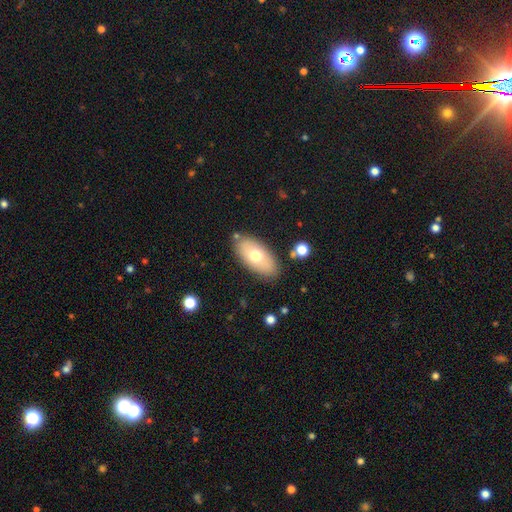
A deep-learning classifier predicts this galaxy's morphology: The model was most divided on "smooth or featured": smooth: 66%, featured or disk: 27%, star or artifact: 7%. More confident: how rounded — in between (92%); merging — none (81%).